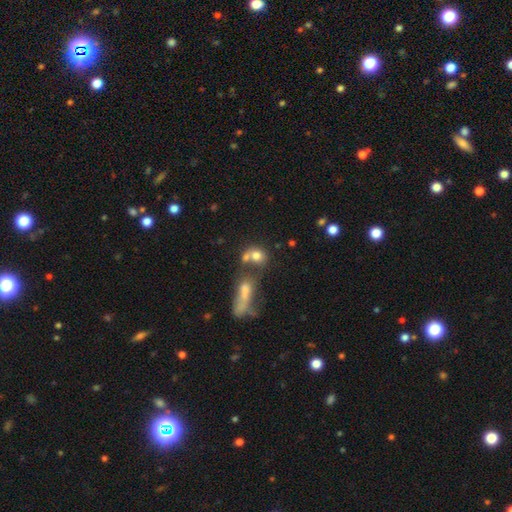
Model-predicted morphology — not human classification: Overall: smooth (72%). How rounded: round (59%; in between 37%). Merging: merger (49%; none 32%).